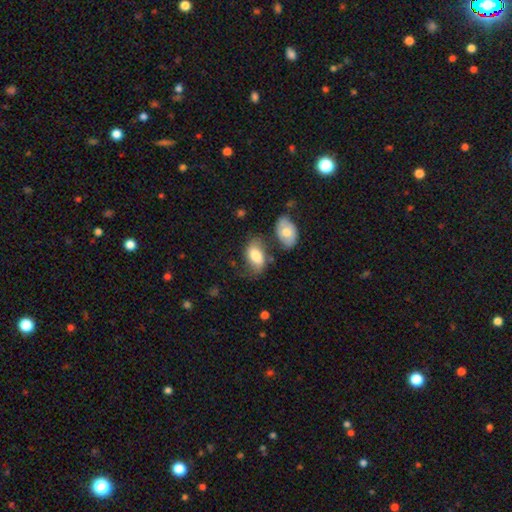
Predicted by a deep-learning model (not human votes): A smooth galaxy with no disk features (69%) that is in between round and cigar-shaped (91%).

Vote fractions:
- Smooth or featured? smooth: 69% / featured or disk: 25% / star or artifact: 7%
- How rounded? in between: 91% / round: 7% / cigar-shaped: 2%
- Merging? none: 51% / minor disturbance: 24% / merger: 14% / major disturbance: 12%